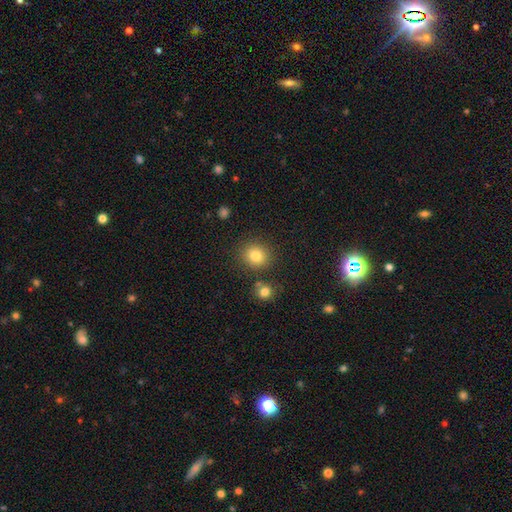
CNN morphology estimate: type=smooth (83%); roundness=round (79%); merging=none (83%).